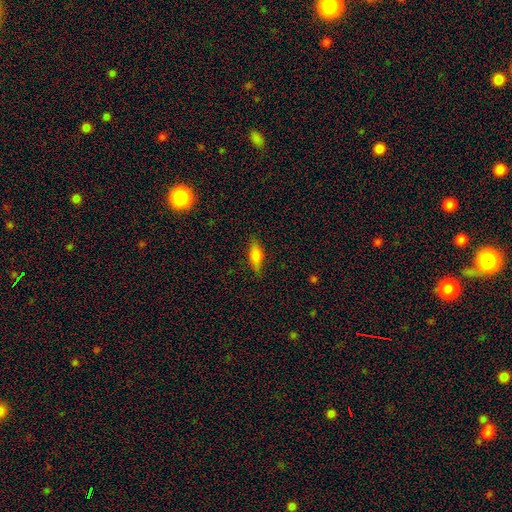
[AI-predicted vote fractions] Smooth or featured: smooth — 72% (featured or disk — 20%)
How rounded: in between — 65% (cigar-shaped — 32%)
Merging: none — 81% (minor disturbance — 15%)